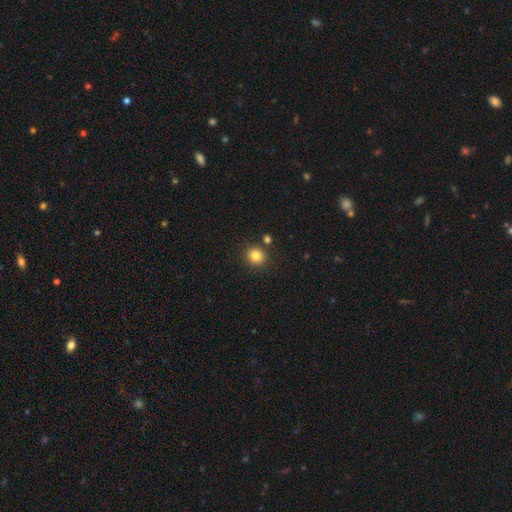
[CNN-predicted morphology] smooth 83%, star or artifact 12%, featured or disk 5%. Down the decision tree: how rounded — round (89%); merging — none (85%).